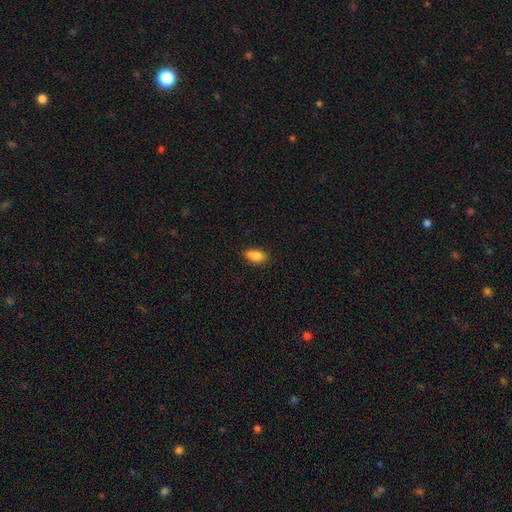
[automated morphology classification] Smooth or featured? smooth (85%)
How rounded? in between (89%)
Merging? none (80%)